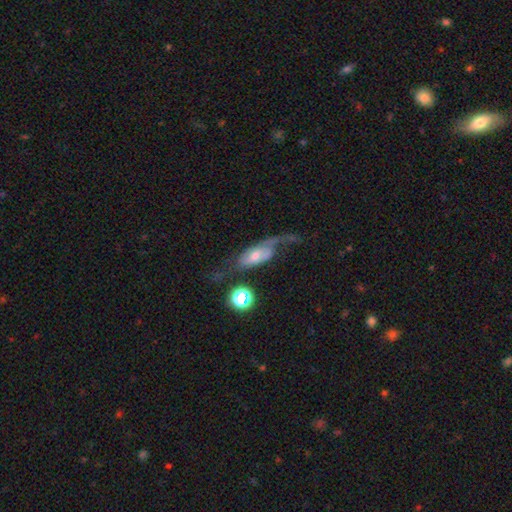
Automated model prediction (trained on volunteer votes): Smooth or featured? featured or disk (69%)
Edge-on disk? no (87%)
Bar? no (57%)
Spiral arms? yes (86%)
Spiral winding? loose (68%)
Spiral arm count? 2 (58%)
Bulge size? moderate (46%)
Merging? major disturbance (39%)